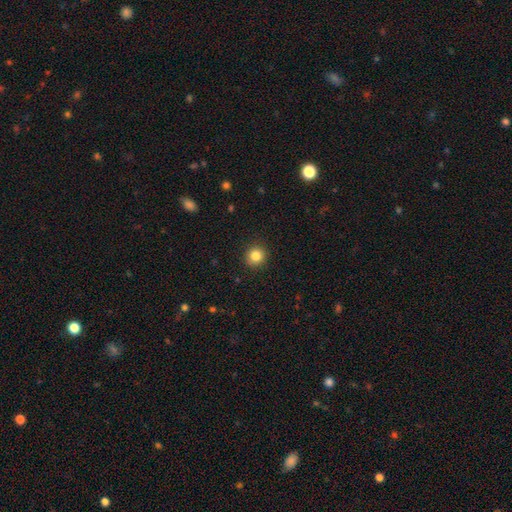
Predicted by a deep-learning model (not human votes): This appears to be a smooth galaxy with no disk features (84%) that is round (91%). Merging: none (91%).